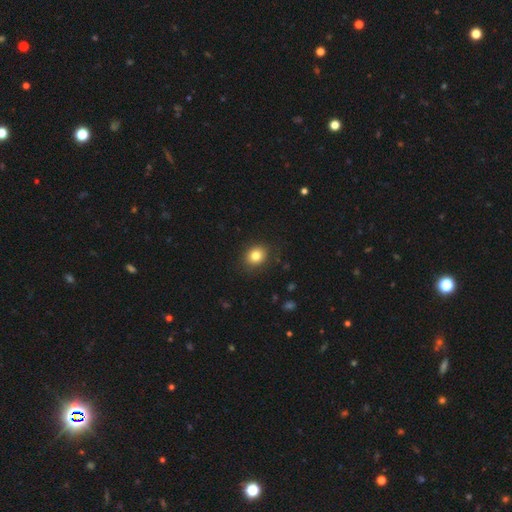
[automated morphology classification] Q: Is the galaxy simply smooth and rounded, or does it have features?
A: smooth — 81%.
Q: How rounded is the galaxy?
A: round — 67%.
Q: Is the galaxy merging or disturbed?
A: none — 87%.